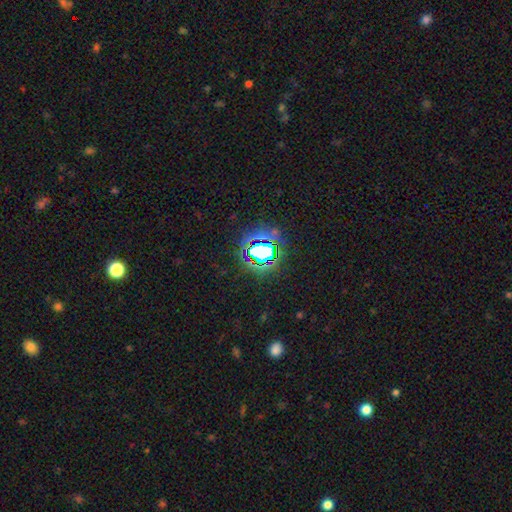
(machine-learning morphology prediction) Overall: star or artifact (68%).